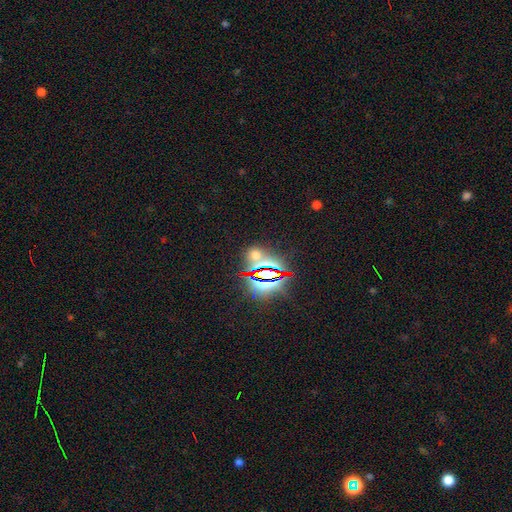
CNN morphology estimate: Overall: star or artifact (58%; smooth 34%).